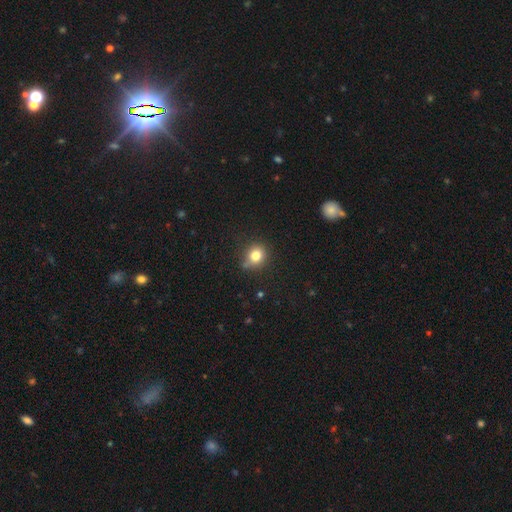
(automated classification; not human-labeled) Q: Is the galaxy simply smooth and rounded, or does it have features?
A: smooth — 80%.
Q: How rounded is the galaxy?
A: round — 83%.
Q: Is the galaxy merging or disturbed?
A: none — 78%.